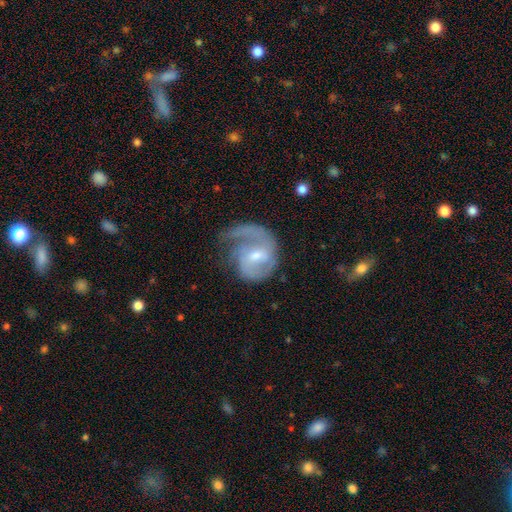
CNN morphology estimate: smooth-or-featured: featured or disk: 82% | smooth: 12% | star or artifact: 5%
  disk-edge-on: no: 98% | yes: 2%
    bar: weak: 55% | no: 28% | strong: 17%
    has-spiral-arms: yes: 94% | no: 6%
      spiral-winding: medium: 46% | tight: 30% | loose: 25%
      spiral-arm-count: 2: 43% (tied) | 1: 43% (tied) | can't tell: 8% | 3: 3% | 4: 1% | more than 4: 1%
    bulge-size: moderate: 48% | small: 46% | none: 3% | large: 2% | dominant: 1%
  merging: none: 46% | major disturbance: 29% | minor disturbance: 23% | merger: 3%